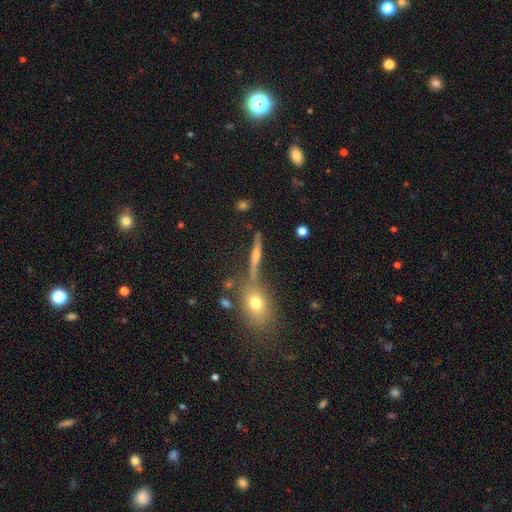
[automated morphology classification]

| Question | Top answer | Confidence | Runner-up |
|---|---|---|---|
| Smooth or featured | featured or disk | 55% | smooth (31%) |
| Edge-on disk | yes | 89% | no (11%) |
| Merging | none | 72% | minor disturbance (12%) |